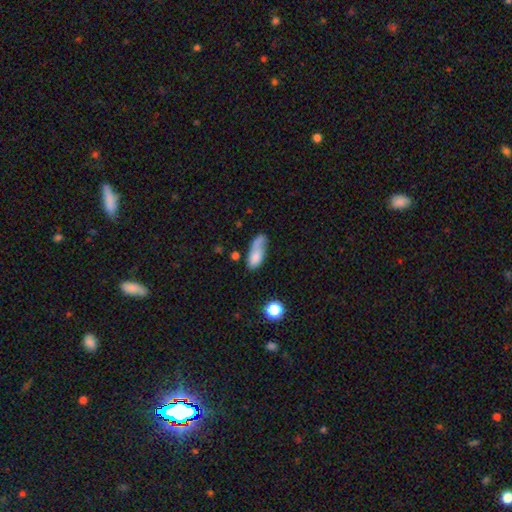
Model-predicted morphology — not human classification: smooth-or-featured: smooth: 73% | featured or disk: 19% | star or artifact: 8%
  how-rounded: in between: 77% | cigar-shaped: 18% | round: 4%
  merging: none: 35% | minor disturbance: 25% | major disturbance: 21% | merger: 19%